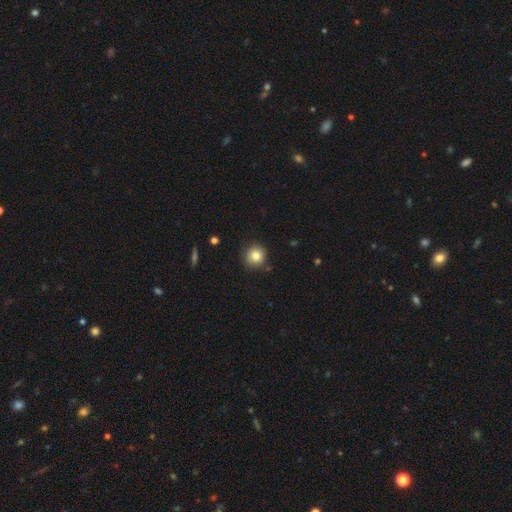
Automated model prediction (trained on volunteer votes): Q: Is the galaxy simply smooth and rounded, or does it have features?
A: smooth — 83%.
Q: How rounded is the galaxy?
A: round — 93%.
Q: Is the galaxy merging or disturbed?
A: none — 88%.